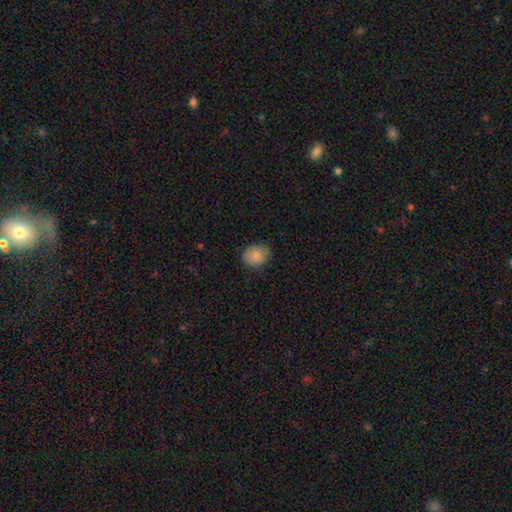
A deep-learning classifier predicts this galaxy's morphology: The model was most divided on "how rounded": round: 51%, in between: 48%, cigar-shaped: 1%. More confident: smooth or featured — smooth (86%); merging — none (81%).